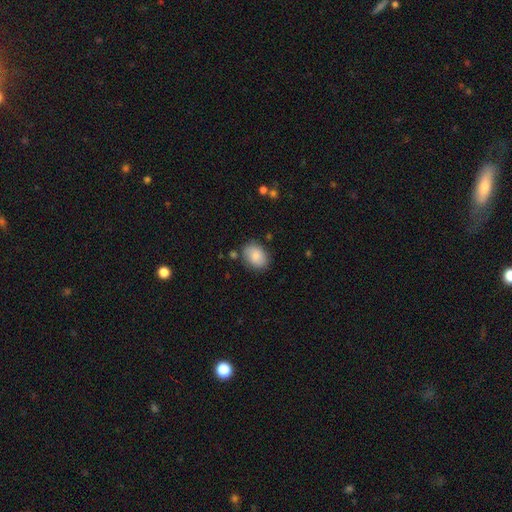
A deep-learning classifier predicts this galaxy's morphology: A smooth galaxy with no disk features (82%) that is in between round and cigar-shaped (69%).

Vote fractions:
- Smooth or featured? smooth: 82% / featured or disk: 10% / star or artifact: 7%
- How rounded? in between: 69% / round: 30% / cigar-shaped: 1%
- Merging? none: 78% / minor disturbance: 15% / major disturbance: 4% / merger: 3%